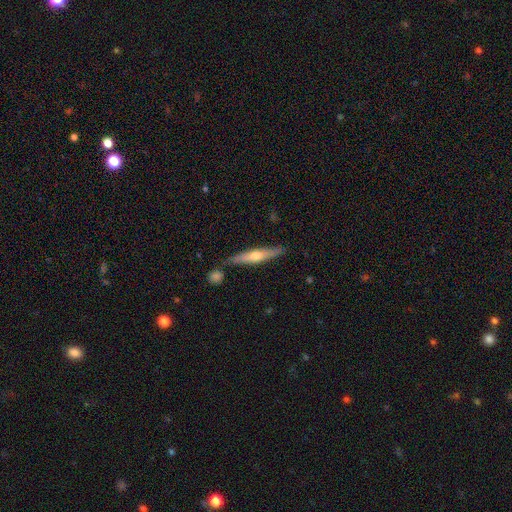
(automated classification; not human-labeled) Morphology: type=featured or disk (57%); edge-on=yes (93%); edge-on bulge=rounded (87%); merging=none (80%).